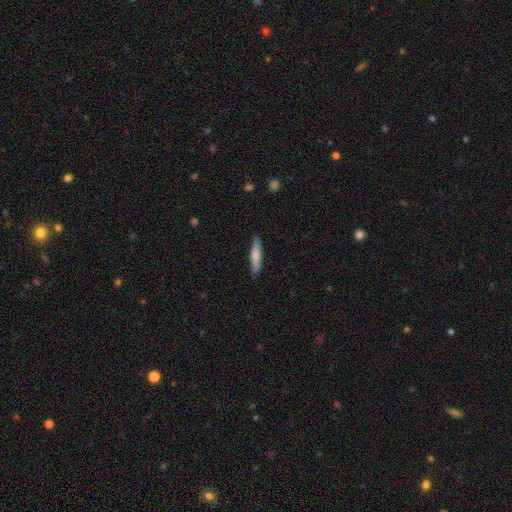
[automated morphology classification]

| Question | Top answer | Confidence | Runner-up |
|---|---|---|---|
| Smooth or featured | smooth | 70% | featured or disk (25%) |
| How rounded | cigar-shaped | 89% | in between (10%) |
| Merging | none | 87% | minor disturbance (10%) |